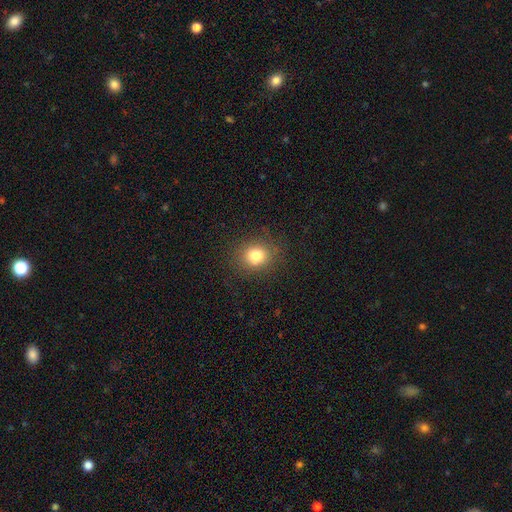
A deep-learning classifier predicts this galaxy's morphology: This appears to be a smooth galaxy with no disk features (79%) that is round (76%). Merging: none (87%).